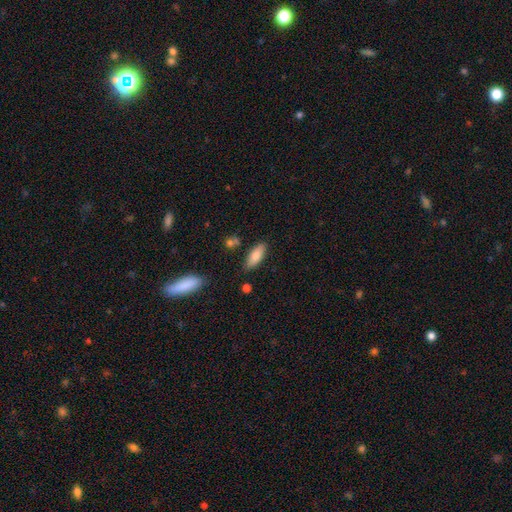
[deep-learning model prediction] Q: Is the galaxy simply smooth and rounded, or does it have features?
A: smooth — 81%.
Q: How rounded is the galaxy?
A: in between — 71%.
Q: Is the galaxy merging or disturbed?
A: none — 81%.